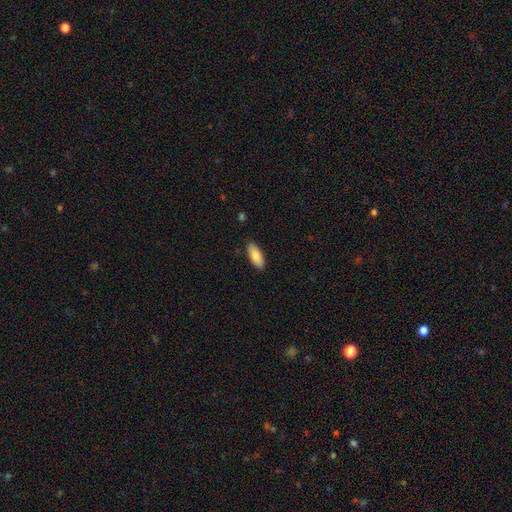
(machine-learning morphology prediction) type=smooth (81%); roundness=in between (78%); merging=none (88%).